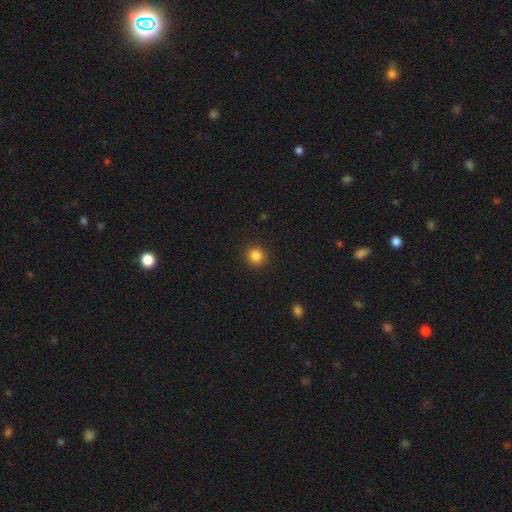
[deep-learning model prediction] Q: Smooth or featured?
A: smooth (85%); runner-up: star or artifact (11%)
Q: How rounded?
A: round (93%); runner-up: in between (6%)
Q: Merging?
A: none (92%); runner-up: minor disturbance (5%)